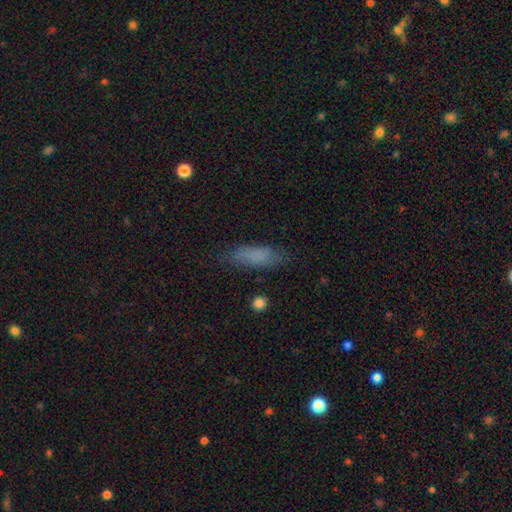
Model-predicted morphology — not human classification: Overall: smooth (75%). How rounded: cigar-shaped (54%; in between 44%). Merging: none (78%).